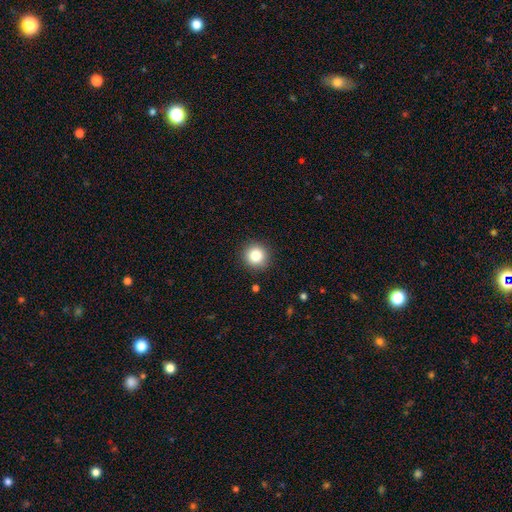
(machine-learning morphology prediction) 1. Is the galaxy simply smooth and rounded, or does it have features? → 83% smooth, 11% star or artifact, 6% featured or disk.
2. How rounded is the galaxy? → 94% round, 5% in between, 1% cigar-shaped.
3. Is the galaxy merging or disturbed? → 91% none, 6% minor disturbance, 2% major disturbance, 1% merger.